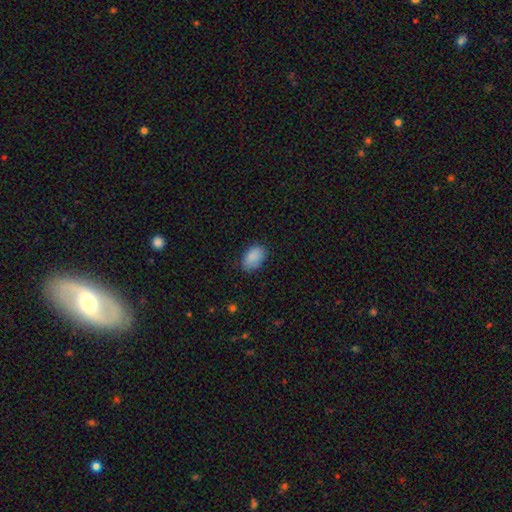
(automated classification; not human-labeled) The model was most divided on "merging": none: 80%, minor disturbance: 16%, major disturbance: 3%, merger: 1%. More confident: how rounded — in between (90%); smooth or featured — smooth (88%).